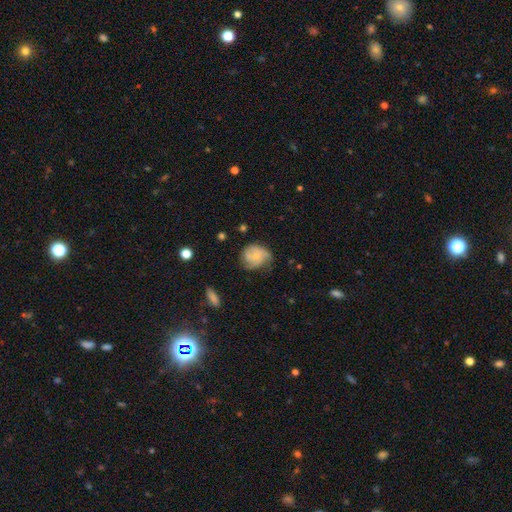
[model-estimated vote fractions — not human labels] Q: Smooth or featured?
A: smooth (49%); runner-up: featured or disk (43%)
Q: Merging?
A: none (48%); runner-up: minor disturbance (33%)